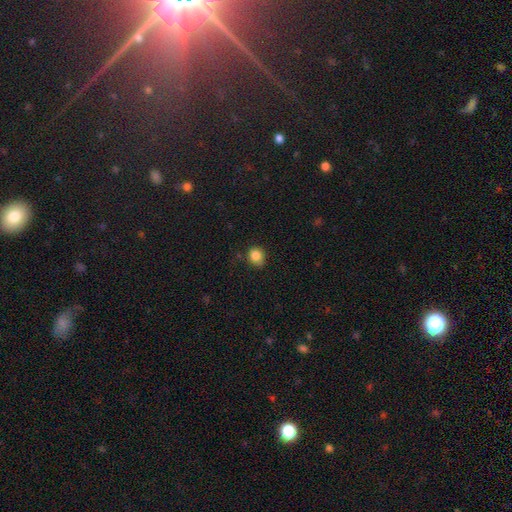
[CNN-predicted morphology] The model was most divided on "how rounded": round: 76%, in between: 24%, cigar-shaped: 1%. More confident: smooth or featured — smooth (84%); merging — none (75%).